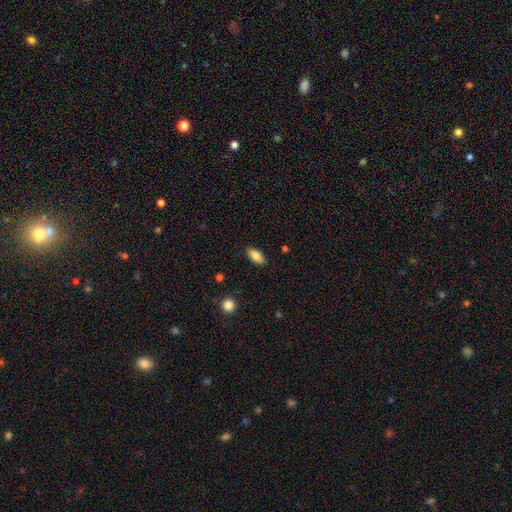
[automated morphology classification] A smooth galaxy with no disk features (84%) that is in between round and cigar-shaped (90%).

Vote fractions:
- Smooth or featured? smooth: 84% / featured or disk: 8% / star or artifact: 8%
- How rounded? in between: 90% / cigar-shaped: 7% / round: 3%
- Merging? none: 87% / minor disturbance: 10% / major disturbance: 2% / merger: 1%